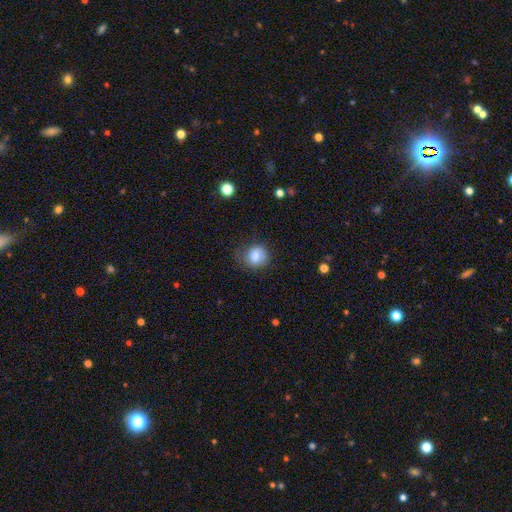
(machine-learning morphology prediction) Smooth or featured? smooth (81%)
How rounded? round (72%)
Merging? none (61%)